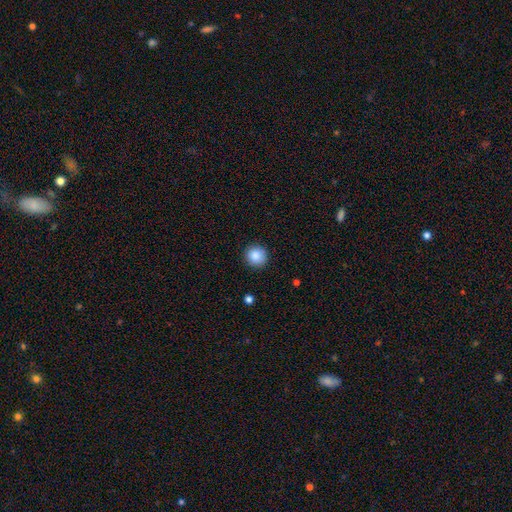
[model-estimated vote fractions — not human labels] Smooth or featured?
  - smooth: 87% *
  - star or artifact: 9%
  - featured or disk: 5%
How rounded?
  - round: 93% *
  - in between: 6%
  - cigar-shaped: 1%
Merging?
  - none: 91% *
  - minor disturbance: 7%
  - major disturbance: 2%
  - merger: 1%